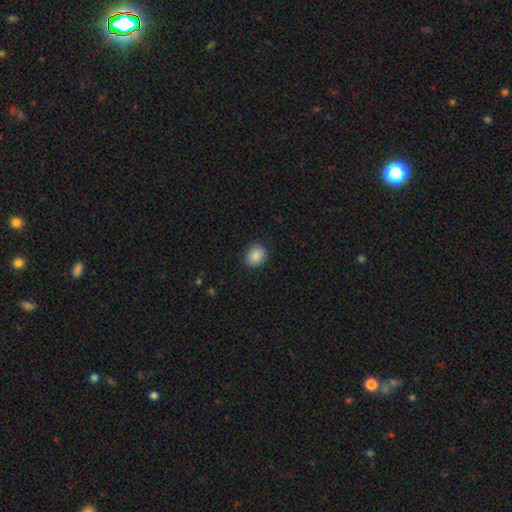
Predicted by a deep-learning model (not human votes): smooth_or_featured: smooth (p=0.88) [alt: star or artifact p=0.08]
how_rounded: round (p=0.67) [alt: in between p=0.33]
merging: none (p=0.87) [alt: minor disturbance p=0.10]